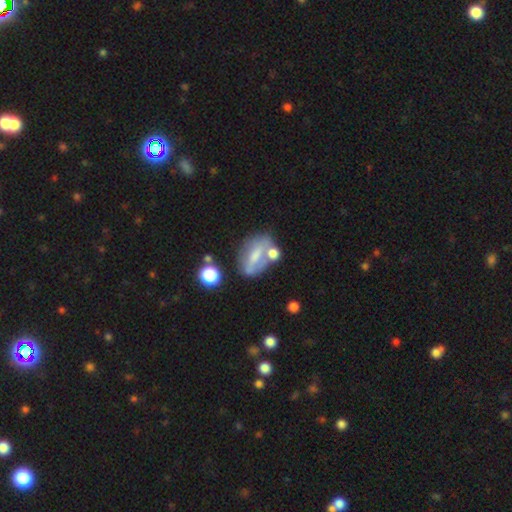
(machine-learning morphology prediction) Q: Smooth or featured?
A: featured or disk (48%); runner-up: smooth (42%)
Q: Merging?
A: none (44%); runner-up: merger (22%)